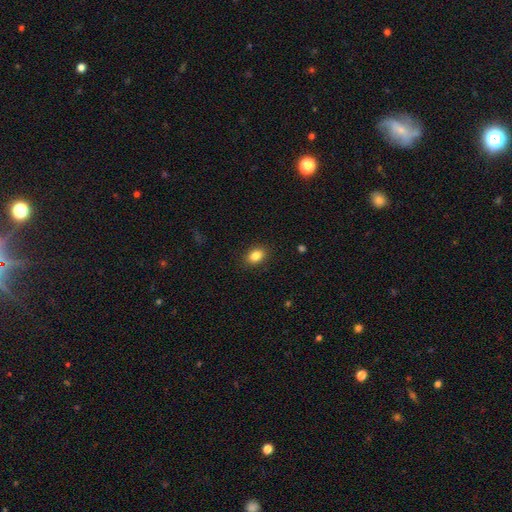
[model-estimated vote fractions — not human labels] Smooth or featured? Predicted: smooth (p=0.86). How rounded? Predicted: in between (p=0.76). Merging? Predicted: none (p=0.88).